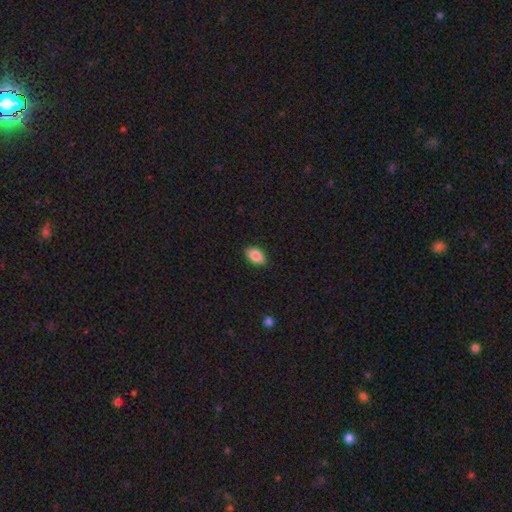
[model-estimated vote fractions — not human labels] smooth 88%, star or artifact 7%, featured or disk 5%. Down the decision tree: how rounded — in between (93%); merging — none (88%).